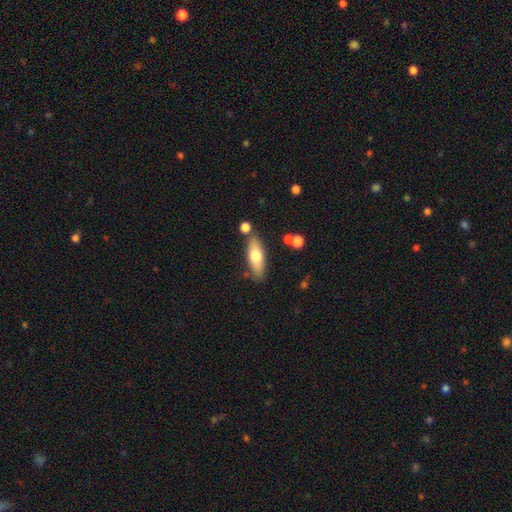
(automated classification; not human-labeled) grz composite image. It shows a smooth galaxy with no disk features (65%) that is in between round and cigar-shaped (62%). Merging: none (77%).